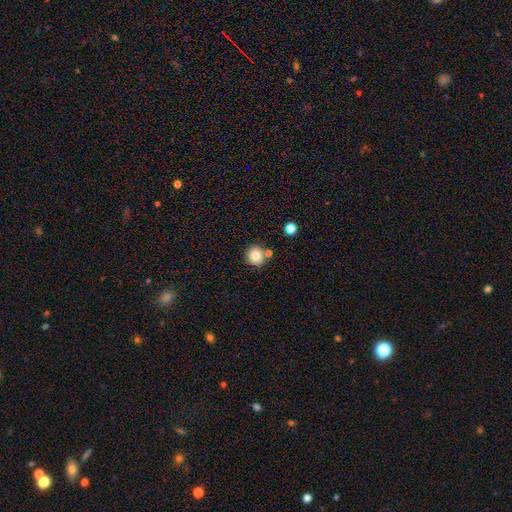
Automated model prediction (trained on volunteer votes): A smooth galaxy with no disk features (81%) that is round (94%).

Vote fractions:
- Smooth or featured? smooth: 81% / star or artifact: 11% / featured or disk: 8%
- How rounded? round: 94% / in between: 5% / cigar-shaped: 1%
- Merging? none: 78% / merger: 12% / minor disturbance: 8% / major disturbance: 2%